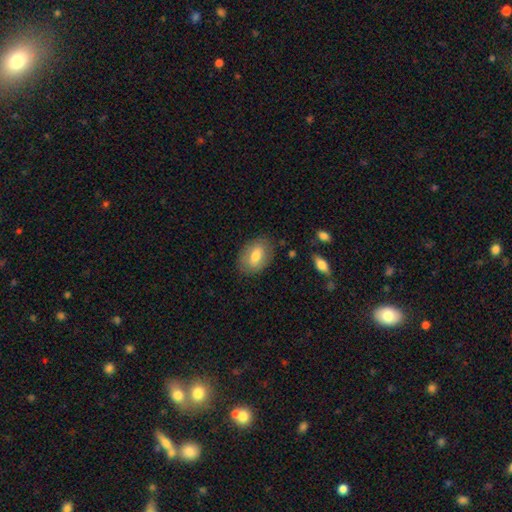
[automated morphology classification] The model was most divided on "smooth or featured": smooth: 72%, featured or disk: 21%, star or artifact: 7%. More confident: how rounded — in between (84%); merging — none (82%).